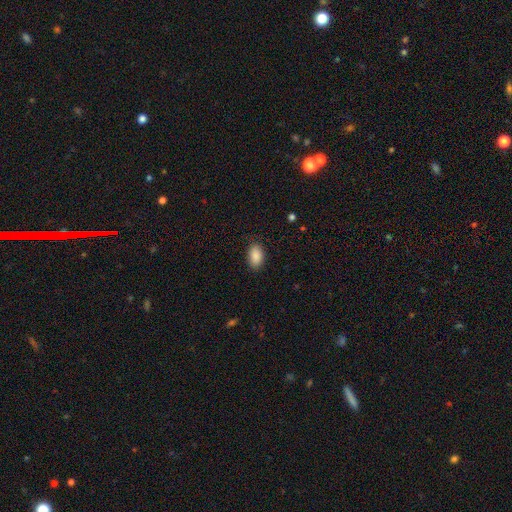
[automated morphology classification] smooth_or_featured: smooth (p=0.90) [alt: star or artifact p=0.07]
how_rounded: in between (p=0.92) [alt: round p=0.06]
merging: none (p=0.87) [alt: minor disturbance p=0.10]